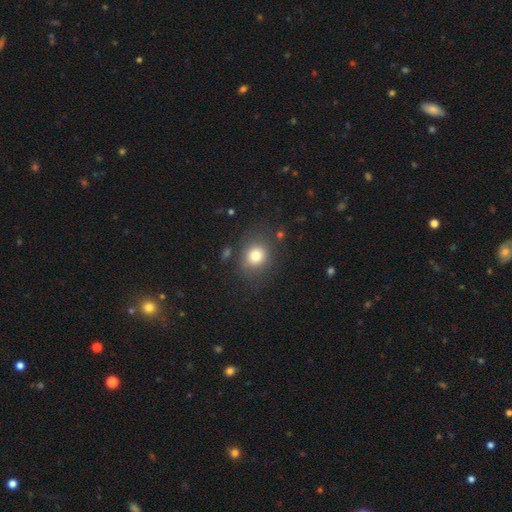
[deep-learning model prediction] A smooth galaxy with no disk features (76%) that is round (68%).

Vote fractions:
- Smooth or featured? smooth: 76% / featured or disk: 12% / star or artifact: 12%
- How rounded? round: 68% / in between: 31% / cigar-shaped: 1%
- Merging? none: 76% / minor disturbance: 14% / major disturbance: 7% / merger: 3%